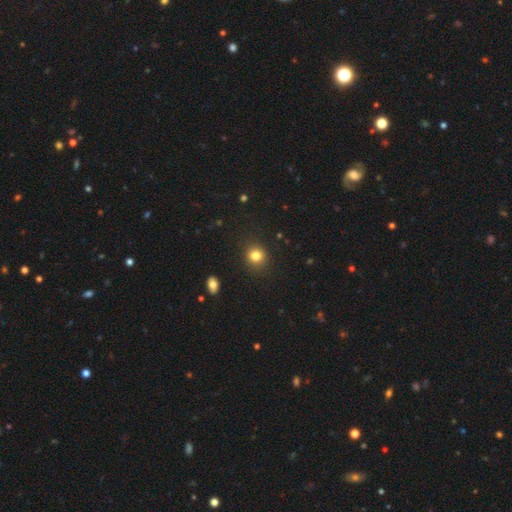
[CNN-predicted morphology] Q: Smooth or featured?
A: smooth (82%); runner-up: star or artifact (12%)
Q: How rounded?
A: round (82%); runner-up: in between (17%)
Q: Merging?
A: none (88%); runner-up: minor disturbance (8%)